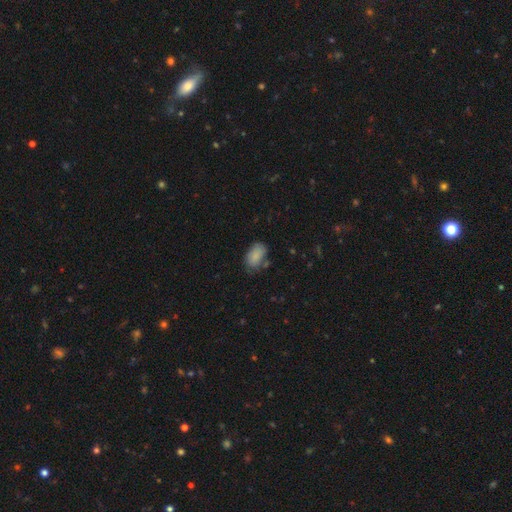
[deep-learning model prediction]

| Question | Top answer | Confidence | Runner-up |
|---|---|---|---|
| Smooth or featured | smooth | 85% | featured or disk (8%) |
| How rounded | in between | 91% | round (7%) |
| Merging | none | 64% | minor disturbance (25%) |